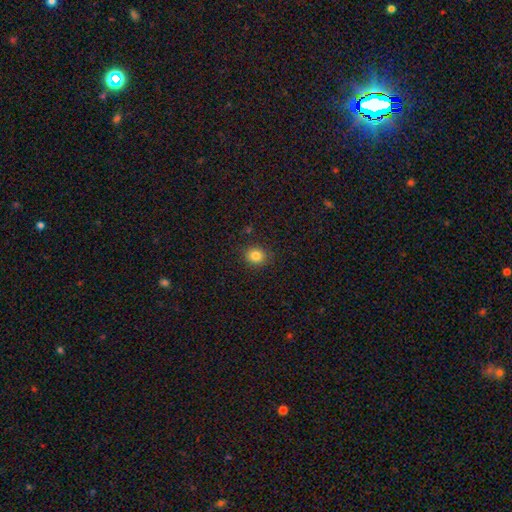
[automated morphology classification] smooth_or_featured: smooth (p=0.83) [alt: star or artifact p=0.12]
how_rounded: round (p=0.77) [alt: in between p=0.22]
merging: none (p=0.88) [alt: minor disturbance p=0.09]